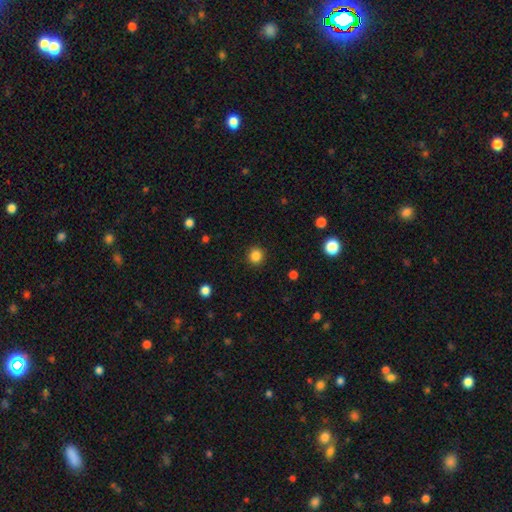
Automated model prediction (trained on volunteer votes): smooth-or-featured: smooth: 85% | star or artifact: 11% | featured or disk: 3%
  how-rounded: round: 93% | in between: 7% | cigar-shaped: 1%
  merging: none: 92% | minor disturbance: 5% | major disturbance: 2% | merger: 1%